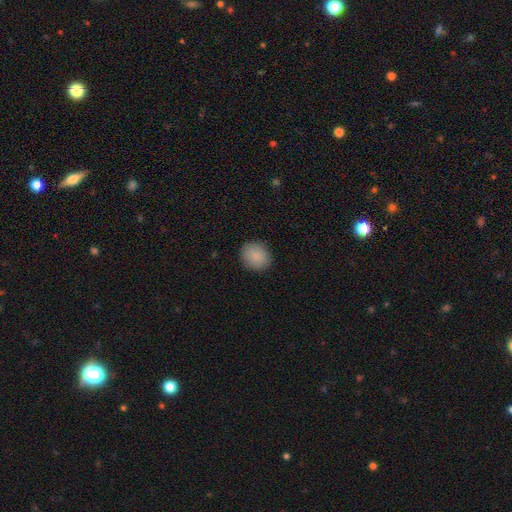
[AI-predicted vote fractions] Smooth or featured: smooth — 88% (star or artifact — 8%)
How rounded: round — 75% (in between — 24%)
Merging: none — 90% (minor disturbance — 7%)